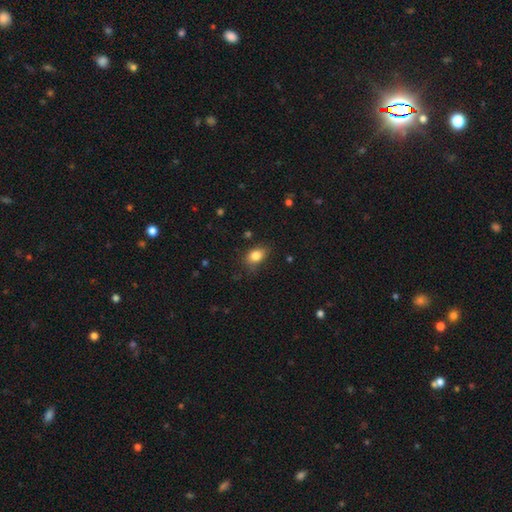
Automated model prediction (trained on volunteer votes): Smooth or featured?
  - smooth: 84% *
  - star or artifact: 9%
  - featured or disk: 7%
How rounded?
  - in between: 76% *
  - round: 22%
  - cigar-shaped: 1%
Merging?
  - none: 75% *
  - minor disturbance: 19%
  - major disturbance: 4%
  - merger: 2%